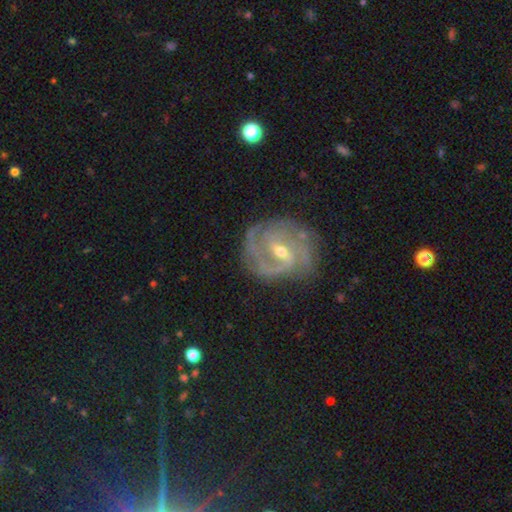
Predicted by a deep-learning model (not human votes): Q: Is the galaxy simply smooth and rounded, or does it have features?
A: featured or disk — 80%.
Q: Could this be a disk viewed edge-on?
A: no — 97%.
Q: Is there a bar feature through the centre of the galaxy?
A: weak — 49%.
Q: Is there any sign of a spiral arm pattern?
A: yes — 95%.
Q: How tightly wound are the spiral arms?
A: tight — 51%.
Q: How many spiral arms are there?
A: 2 — 48%.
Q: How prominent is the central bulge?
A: small — 51%.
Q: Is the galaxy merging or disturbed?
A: none — 77%.